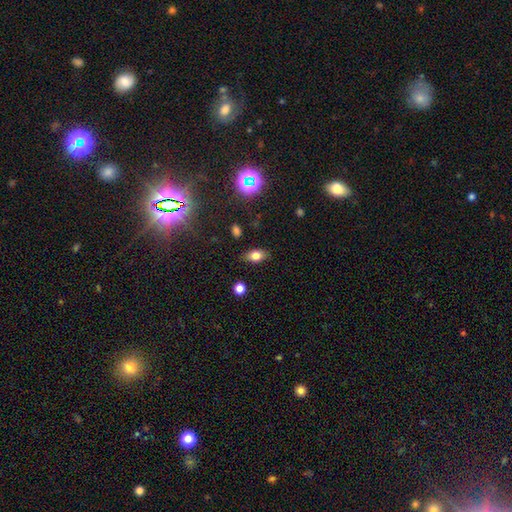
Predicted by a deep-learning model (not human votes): This appears to be a smooth galaxy with no disk features (75%) that is in between round and cigar-shaped (84%). Merging: none (83%).